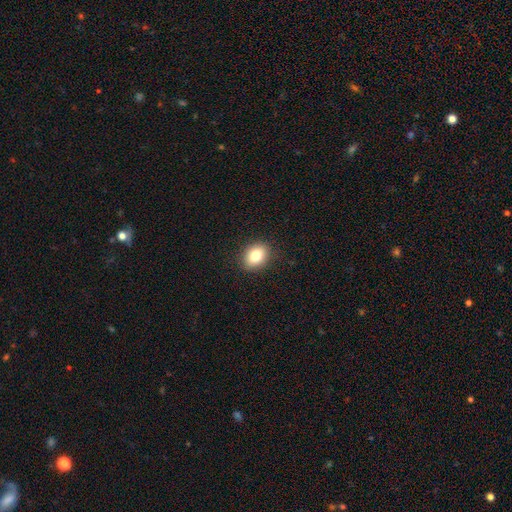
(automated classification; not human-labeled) smooth_or_featured: smooth (p=0.82) [alt: star or artifact p=0.09]
how_rounded: in between (p=0.70) [alt: round p=0.29]
merging: none (p=0.88) [alt: minor disturbance p=0.09]